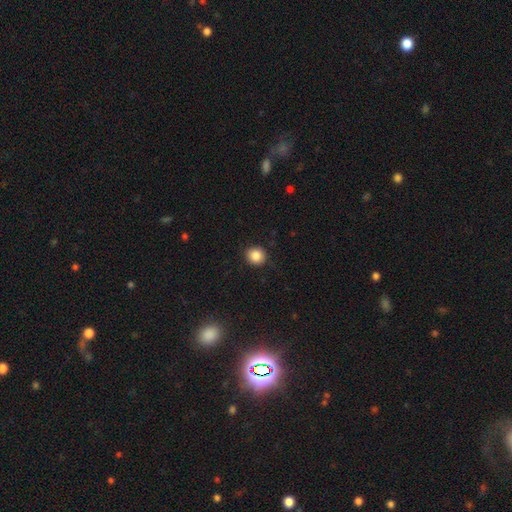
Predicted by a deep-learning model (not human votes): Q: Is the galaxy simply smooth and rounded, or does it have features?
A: smooth — 86%.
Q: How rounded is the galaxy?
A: round — 88%.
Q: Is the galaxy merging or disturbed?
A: none — 90%.